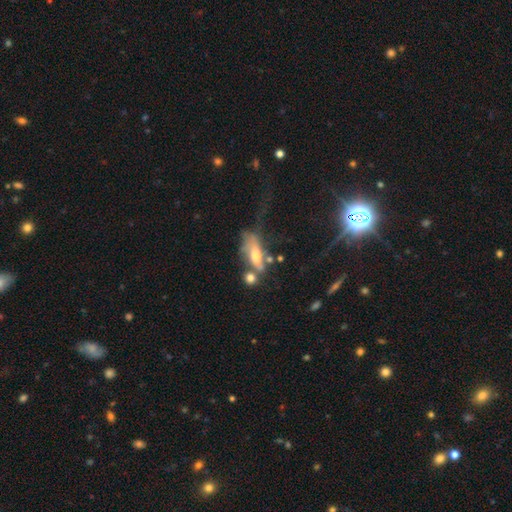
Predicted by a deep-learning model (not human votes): This is possibly a smooth galaxy (48%). Merging: marginally merger (31%).